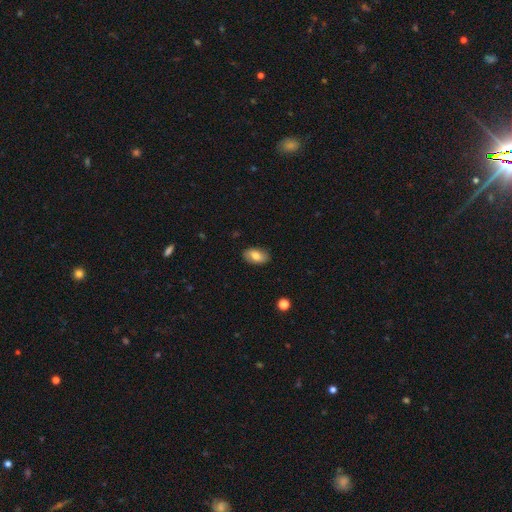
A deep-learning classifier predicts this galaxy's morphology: The model was most divided on "smooth or featured": smooth: 76%, featured or disk: 17%, star or artifact: 7%. More confident: how rounded — in between (93%); merging — none (87%).